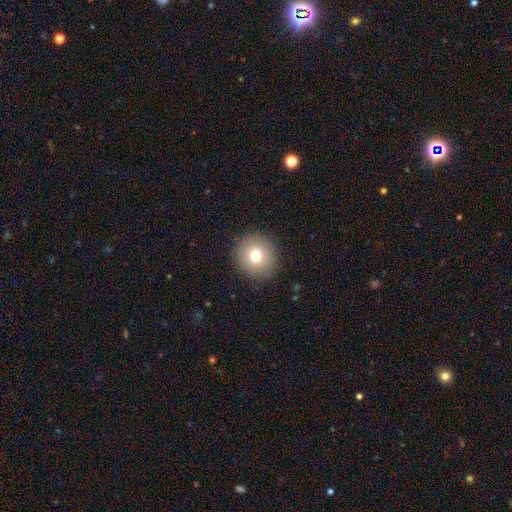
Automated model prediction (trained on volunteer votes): Smooth or featured?
  - smooth: 75% *
  - featured or disk: 13%
  - star or artifact: 12%
How rounded?
  - round: 90% *
  - in between: 9%
  - cigar-shaped: 1%
Merging?
  - none: 90% *
  - minor disturbance: 7%
  - major disturbance: 2%
  - merger: 1%